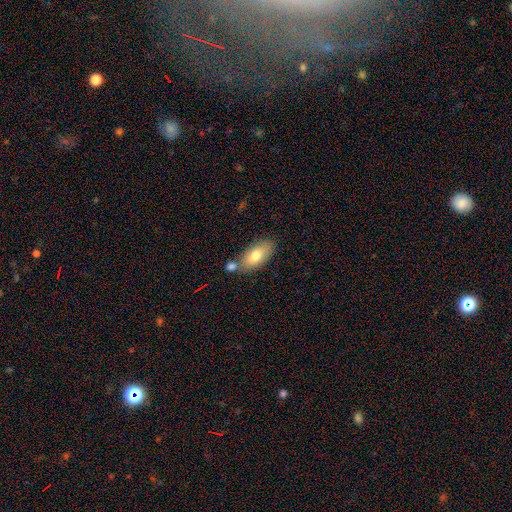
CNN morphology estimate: Overall: smooth (75%). How rounded: in between (88%). Merging: none (66%).